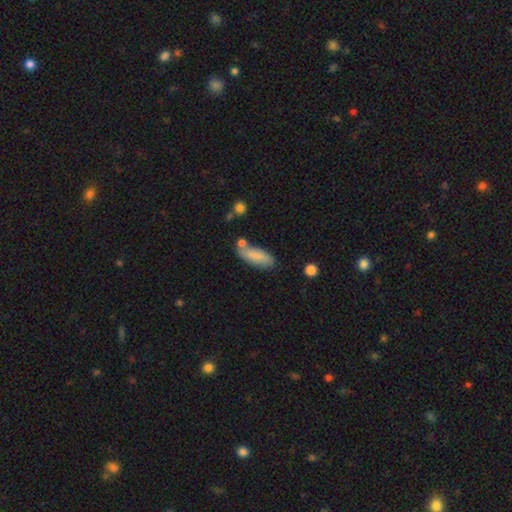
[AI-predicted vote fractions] Smooth or featured? smooth (82%)
How rounded? in between (66%)
Merging? none (65%)